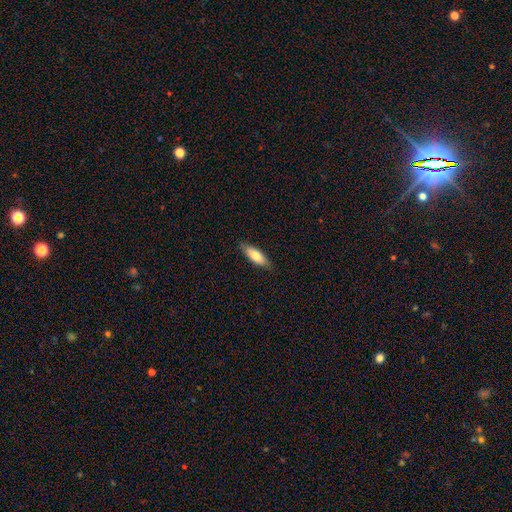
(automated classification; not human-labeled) Smooth or featured? Predicted: smooth (p=0.70). How rounded? Predicted: in between (p=0.62). Merging? Predicted: none (p=0.85).